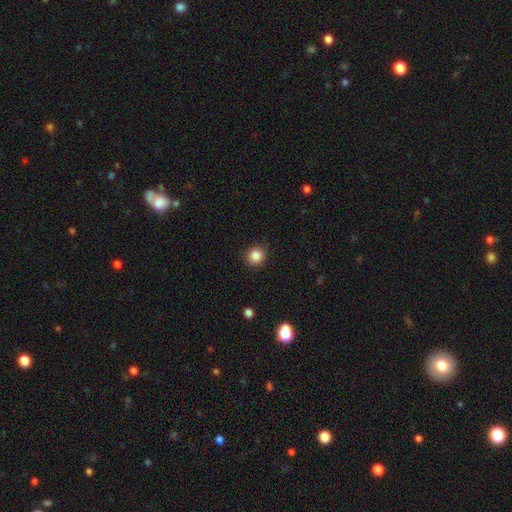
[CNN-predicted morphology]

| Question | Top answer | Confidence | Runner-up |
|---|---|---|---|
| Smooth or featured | smooth | 85% | star or artifact (11%) |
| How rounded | round | 88% | in between (11%) |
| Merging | none | 91% | minor disturbance (6%) |